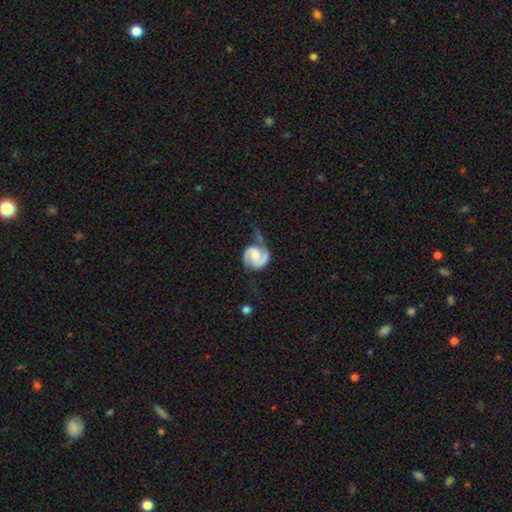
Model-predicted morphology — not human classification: This is clearly a featured or disk galaxy (83%). It is clearly not viewed edge-on (98%). Bar: possibly no (53%). Spiral arm pattern: clearly yes (96%). Spiral arm count: clearly 2 (87%). Spiral winding: possibly medium (47%). Central bulge: marginally moderate (39%). Merging: possibly none (48%).